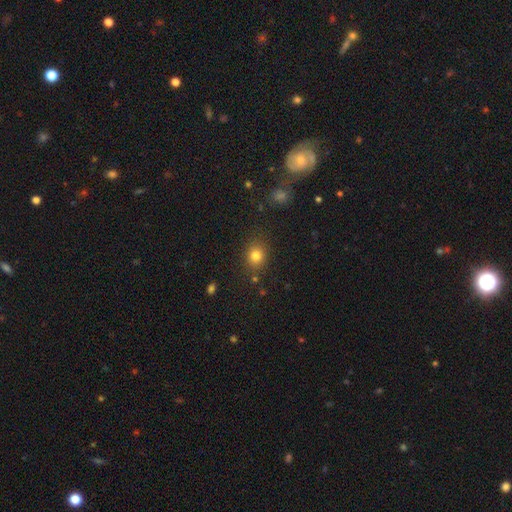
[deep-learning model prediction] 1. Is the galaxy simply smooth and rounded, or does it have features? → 81% smooth, 13% star or artifact, 6% featured or disk.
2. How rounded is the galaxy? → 70% round, 29% in between, 1% cigar-shaped.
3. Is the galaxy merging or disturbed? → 83% none, 10% minor disturbance, 4% major disturbance, 3% merger.